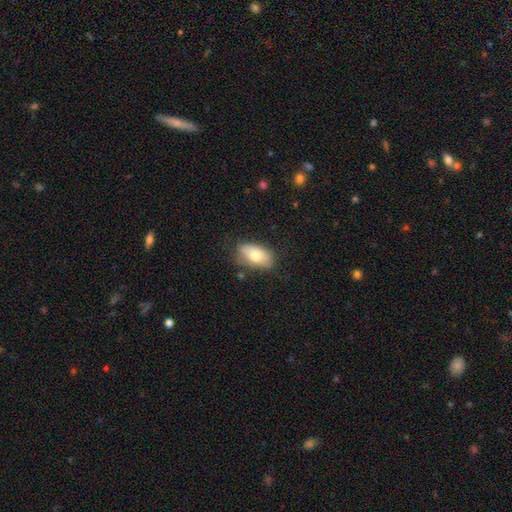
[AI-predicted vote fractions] A smooth galaxy with no disk features (73%) that is in between round and cigar-shaped (91%). Merging: none (72%).